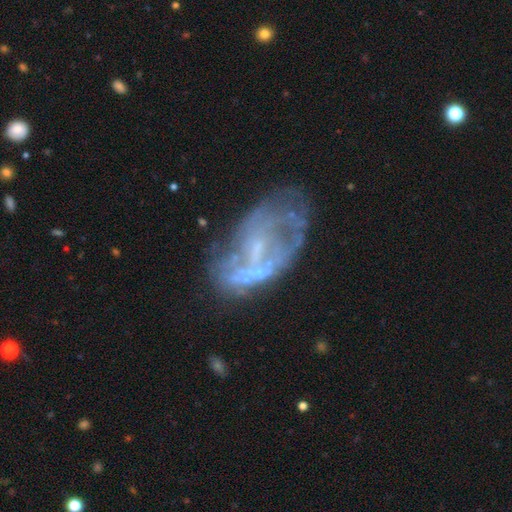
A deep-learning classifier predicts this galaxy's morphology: Smooth or featured? Predicted: featured or disk (p=0.70). Edge-on disk? Predicted: no (p=0.96). Bar? Predicted: no (p=0.71). Spiral arms? Predicted: no (p=0.68). Bulge size? Predicted: none (p=0.47). Merging? Predicted: none (p=0.43).